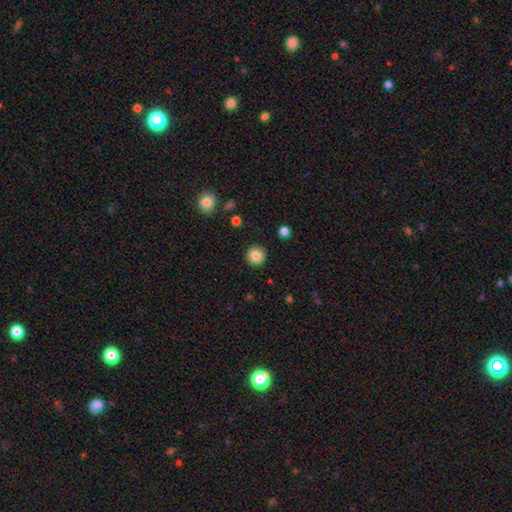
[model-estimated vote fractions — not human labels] Q: Smooth or featured?
A: smooth (84%); runner-up: star or artifact (10%)
Q: How rounded?
A: round (93%); runner-up: in between (6%)
Q: Merging?
A: none (92%); runner-up: minor disturbance (5%)